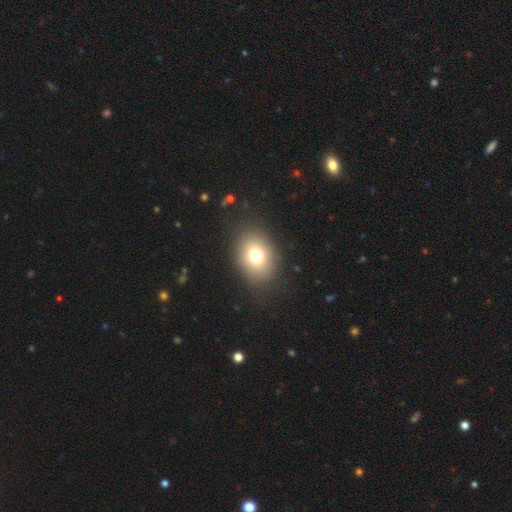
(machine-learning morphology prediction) Smooth or featured?
  - smooth: 76% *
  - featured or disk: 13%
  - star or artifact: 12%
How rounded?
  - in between: 65% *
  - round: 34%
  - cigar-shaped: 1%
Merging?
  - none: 85% *
  - minor disturbance: 9%
  - major disturbance: 4%
  - merger: 1%